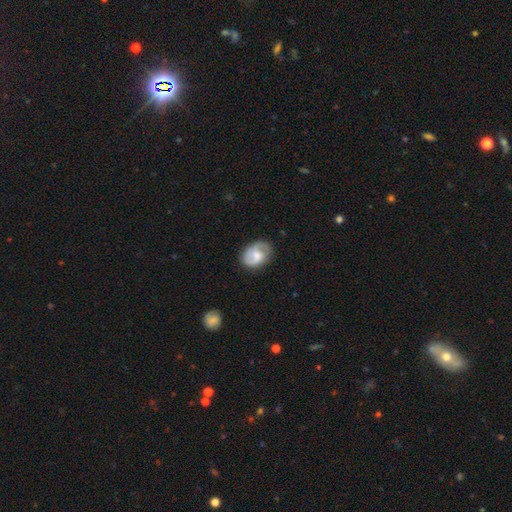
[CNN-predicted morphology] type=featured or disk (53%); edge-on=no (97%); bar=no (52%); spiral arms=yes (83%); bulge=moderate (45%); merging=none (69%).